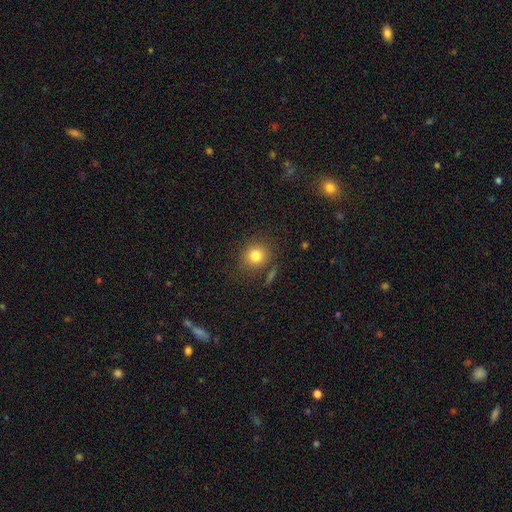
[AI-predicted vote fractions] This appears to be a smooth galaxy with no disk features (80%) that is round (84%). Merging: none (81%).